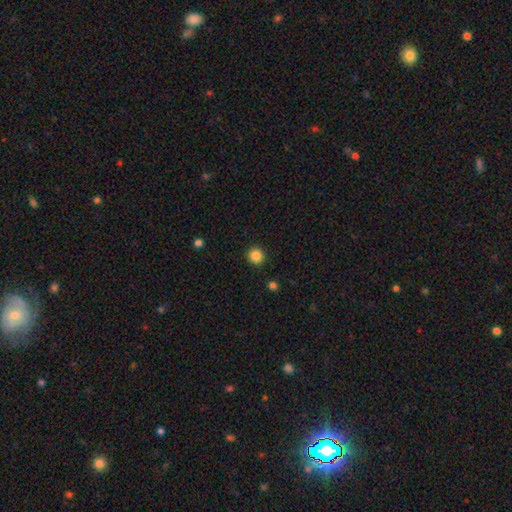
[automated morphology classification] Smooth or featured: smooth — 86% (star or artifact — 11%)
How rounded: round — 94% (in between — 5%)
Merging: none — 92% (minor disturbance — 5%)